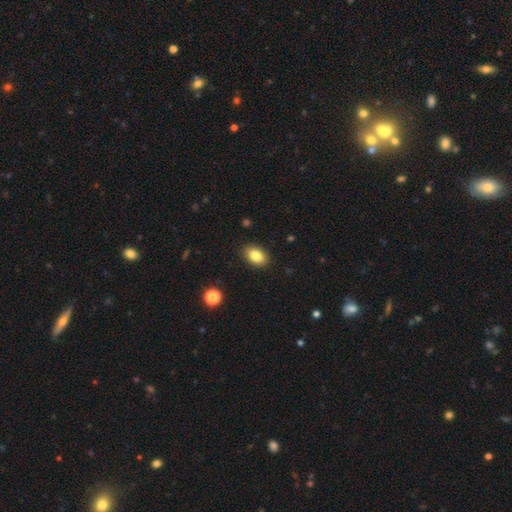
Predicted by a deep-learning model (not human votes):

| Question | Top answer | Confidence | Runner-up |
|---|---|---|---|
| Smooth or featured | smooth | 84% | star or artifact (9%) |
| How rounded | in between | 84% | round (15%) |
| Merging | none | 89% | minor disturbance (8%) |